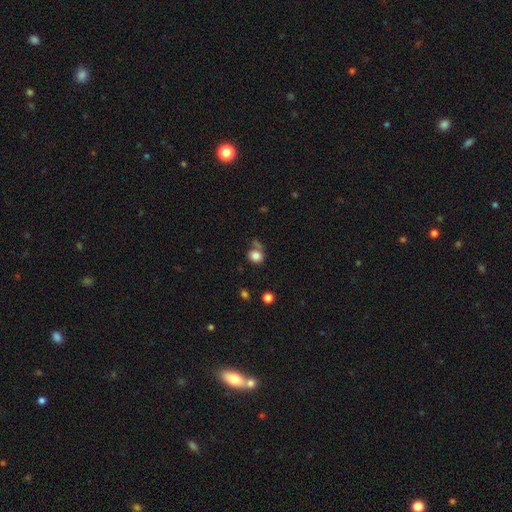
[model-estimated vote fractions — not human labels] The model was most divided on "merging": none: 56%, minor disturbance: 18%, merger: 17%, major disturbance: 10%. More confident: smooth or featured — smooth (82%); how rounded — round (73%).